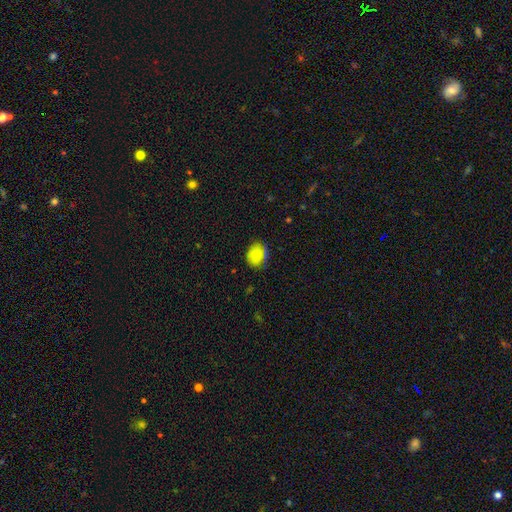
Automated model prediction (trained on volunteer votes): The model was most divided on "how rounded": round: 56%, in between: 43%, cigar-shaped: 1%. More confident: smooth or featured — smooth (80%); merging — none (71%).